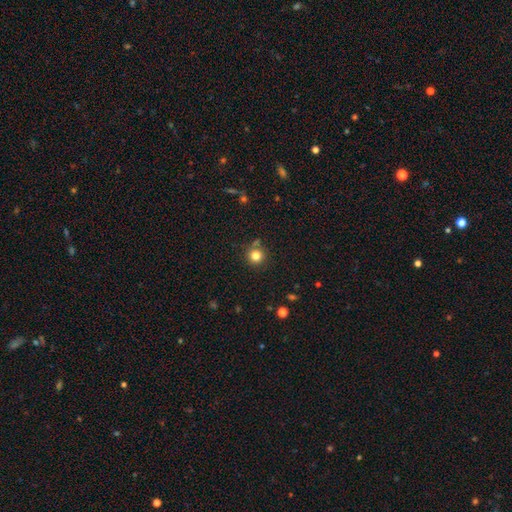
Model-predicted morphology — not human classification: Smooth or featured? Predicted: smooth (p=0.81). How rounded? Predicted: round (p=0.94). Merging? Predicted: none (p=0.80).